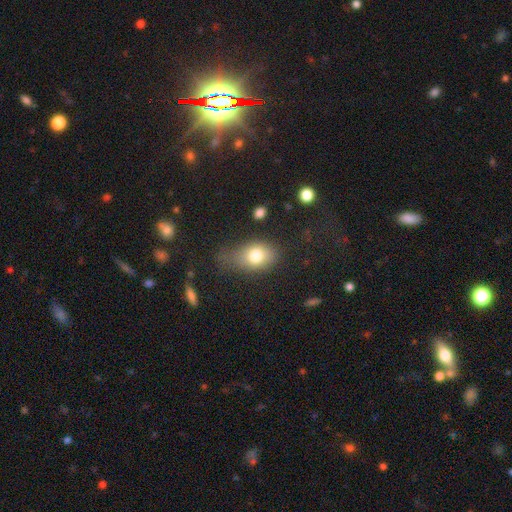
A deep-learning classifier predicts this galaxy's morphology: This appears to be a smooth galaxy with no disk features (77%) that is in between round and cigar-shaped (75%). Merging: none (45%).